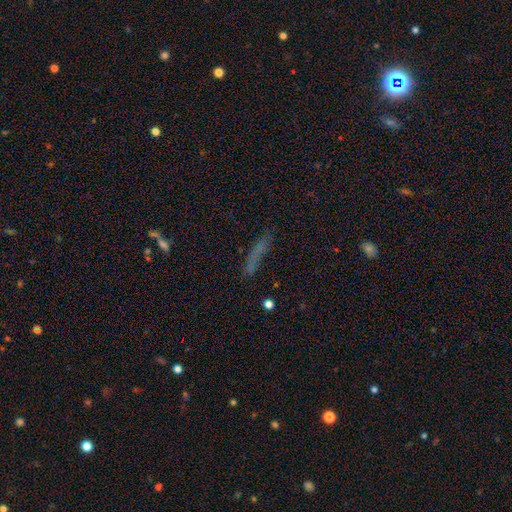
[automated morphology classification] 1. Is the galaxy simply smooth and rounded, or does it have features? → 54% smooth, 25% featured or disk, 21% star or artifact.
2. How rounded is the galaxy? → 87% cigar-shaped, 9% in between, 4% round.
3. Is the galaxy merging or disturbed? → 74% none, 16% minor disturbance, 7% major disturbance, 4% merger.